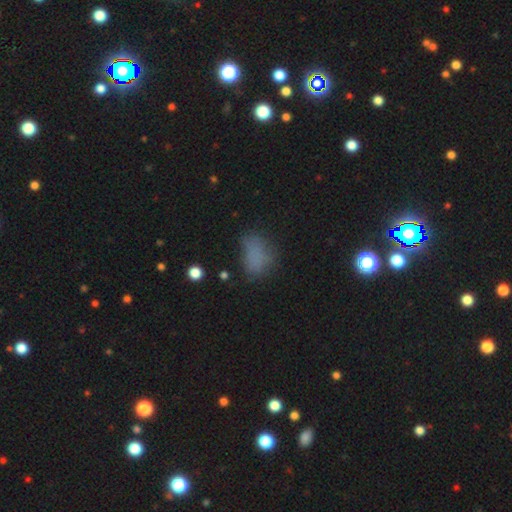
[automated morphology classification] Smooth or featured? smooth (71%)
How rounded? in between (80%)
Merging? none (52%)